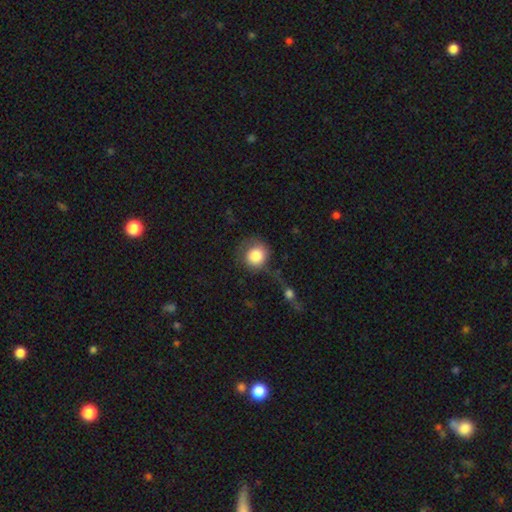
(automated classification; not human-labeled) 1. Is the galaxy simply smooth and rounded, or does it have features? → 80% smooth, 13% featured or disk, 8% star or artifact.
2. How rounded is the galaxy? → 87% round, 12% in between, 1% cigar-shaped.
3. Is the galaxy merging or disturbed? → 52% none, 21% minor disturbance, 19% major disturbance, 8% merger.